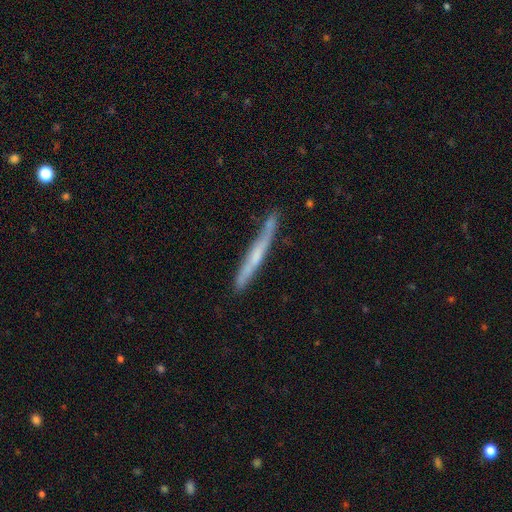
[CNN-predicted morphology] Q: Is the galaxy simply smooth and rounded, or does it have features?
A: featured or disk — 56%.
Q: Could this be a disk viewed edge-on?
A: yes — 93%.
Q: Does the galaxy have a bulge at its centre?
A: none — 61%.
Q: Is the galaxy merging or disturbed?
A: none — 79%.